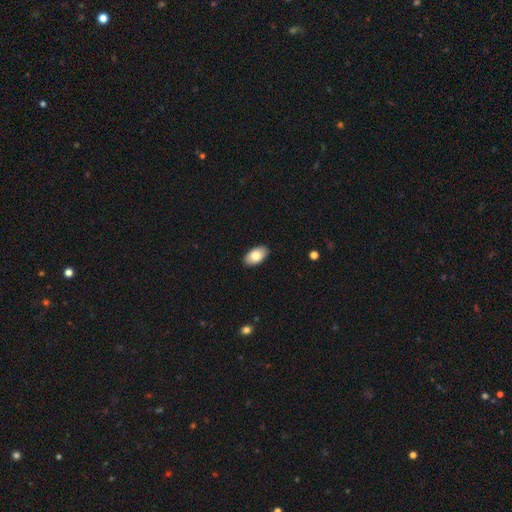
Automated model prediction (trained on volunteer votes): Smooth or featured? smooth (82%)
How rounded? in between (95%)
Merging? none (90%)